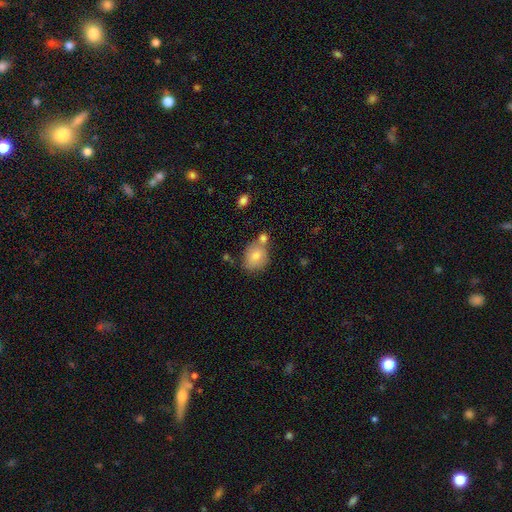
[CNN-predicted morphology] This appears to be a smooth galaxy with no disk features (74%) that is round (61%). Merging: none (61%).